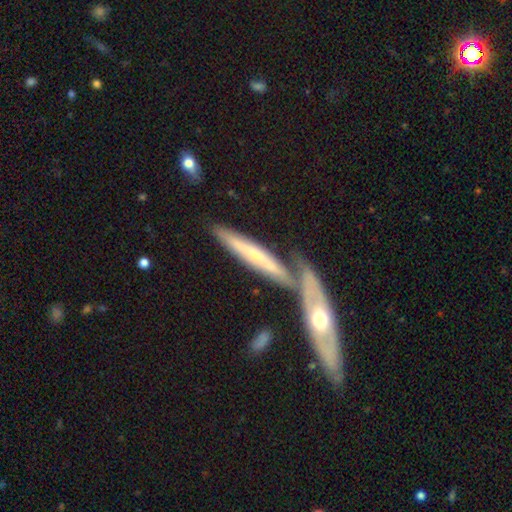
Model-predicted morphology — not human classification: Overall: featured or disk (60%; smooth 34%). Edge-on disk: yes (82%). Merging: none (52%; merger 32%).